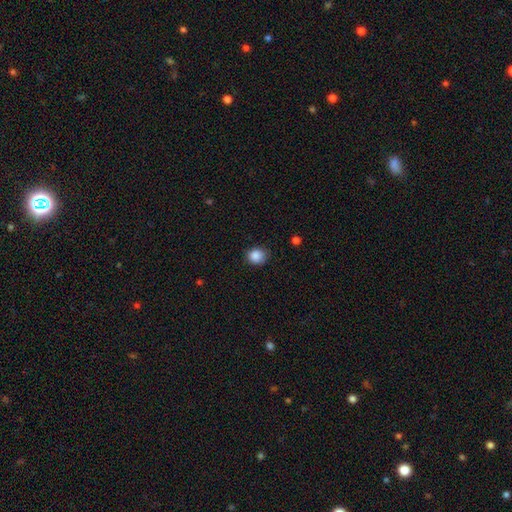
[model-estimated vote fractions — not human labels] smooth-or-featured: smooth: 87% | star or artifact: 10% | featured or disk: 4%
  how-rounded: round: 75% | in between: 24% | cigar-shaped: 1%
  merging: none: 82% | minor disturbance: 14% | major disturbance: 3% | merger: 1%